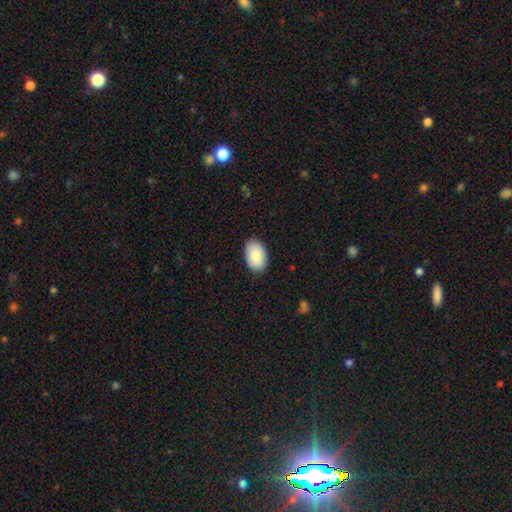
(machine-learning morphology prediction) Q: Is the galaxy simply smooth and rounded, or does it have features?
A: smooth — 87%.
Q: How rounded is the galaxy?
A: in between — 91%.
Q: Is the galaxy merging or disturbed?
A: none — 88%.